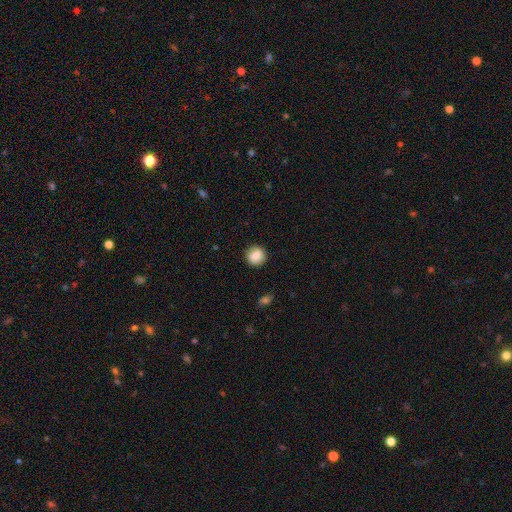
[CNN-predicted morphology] The model was most divided on "smooth or featured": smooth: 82%, featured or disk: 10%, star or artifact: 8%. More confident: how rounded — round (90%); merging — none (85%).